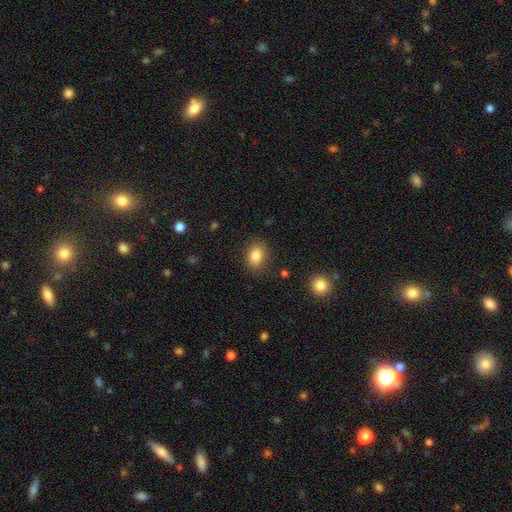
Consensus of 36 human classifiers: Q: Smooth or featured?
A: smooth (92%); runner-up: featured or disk (6%)
Q: How rounded?
A: in between (61%); runner-up: round (39%)
Q: Merging?
A: none (80%); runner-up: minor disturbance (9%)